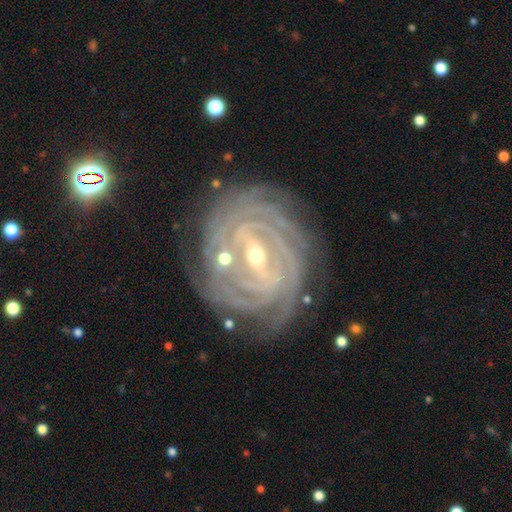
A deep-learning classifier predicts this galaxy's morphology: Smooth or featured? Predicted: featured or disk (p=0.92). Edge-on disk? Predicted: no (p=0.97). Bar? Predicted: strong (p=0.55). Spiral arms? Predicted: yes (p=0.98). Spiral winding? Predicted: tight (p=0.87). Spiral arm count? Predicted: 4 (p=0.29). Bulge size? Predicted: small (p=0.53). Merging? Predicted: none (p=0.78).